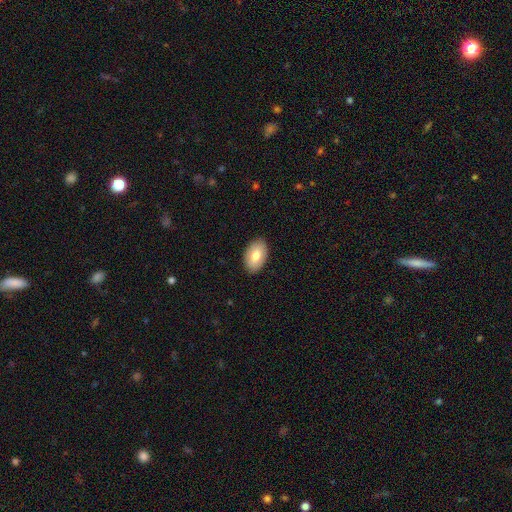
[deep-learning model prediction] The model was most divided on "smooth or featured": smooth: 75%, featured or disk: 19%, star or artifact: 6%. More confident: how rounded — in between (92%); merging — none (88%).